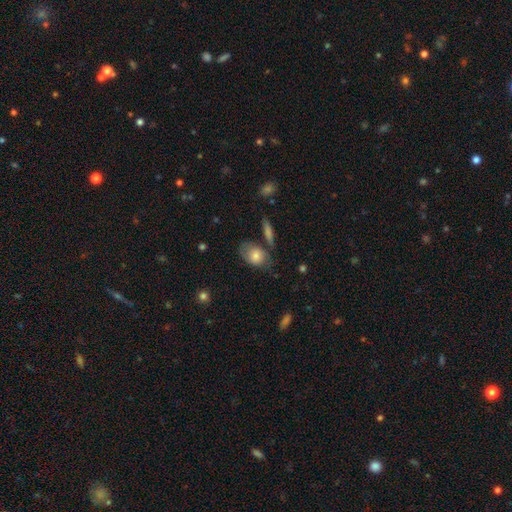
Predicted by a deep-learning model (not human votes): This is likely a smooth galaxy (74%). How rounded: likely in between (76%). Merging: possibly none (53%).